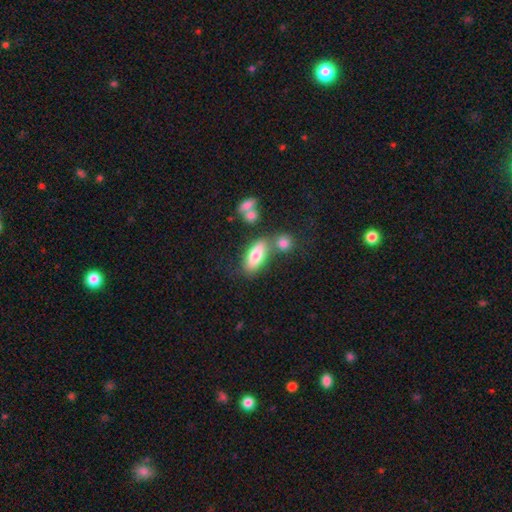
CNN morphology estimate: This is likely a smooth galaxy (75%). How rounded: likely in between (77%). Merging: likely none (61%).